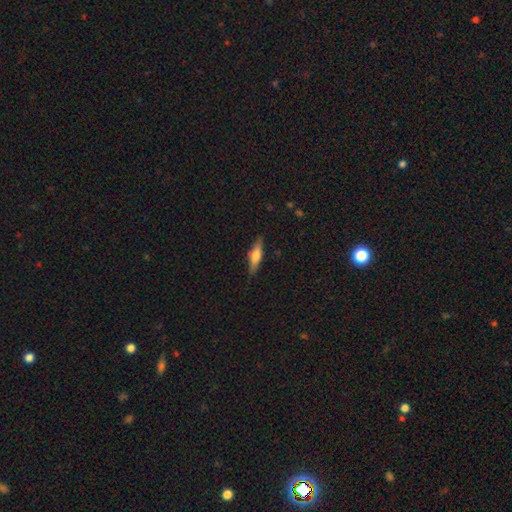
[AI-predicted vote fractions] This is possibly a smooth galaxy (53%). How rounded: likely cigar-shaped (67%). Merging: clearly none (87%).